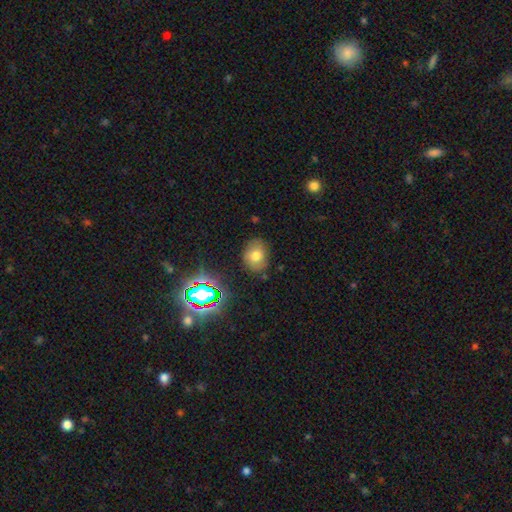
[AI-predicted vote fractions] Smooth or featured: smooth — 70% (star or artifact — 16%)
How rounded: in between — 53% (round — 46%)
Merging: none — 77% (minor disturbance — 16%)